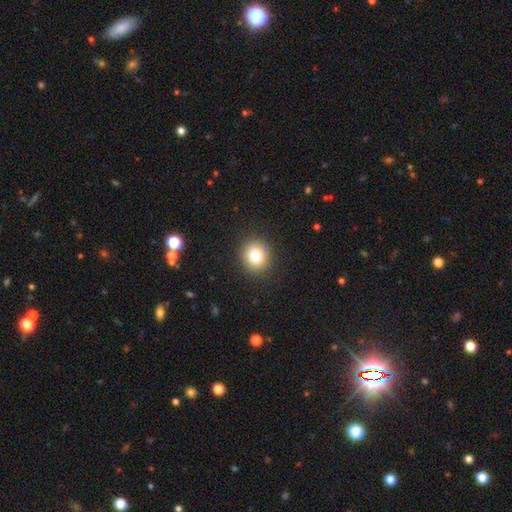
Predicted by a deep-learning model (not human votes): Smooth or featured? smooth (80%)
How rounded? round (77%)
Merging? none (88%)